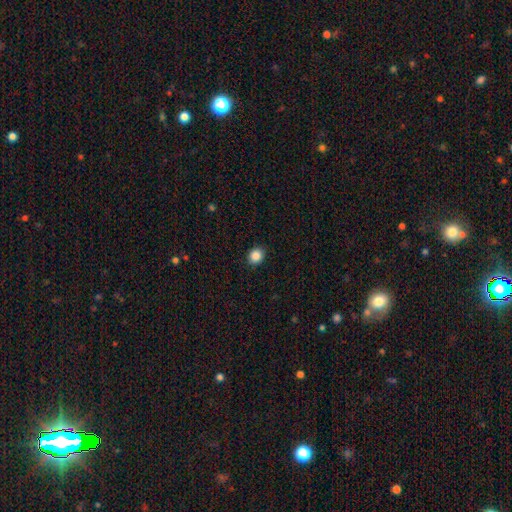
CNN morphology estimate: type=smooth (87%); roundness=round (70%); merging=none (91%).